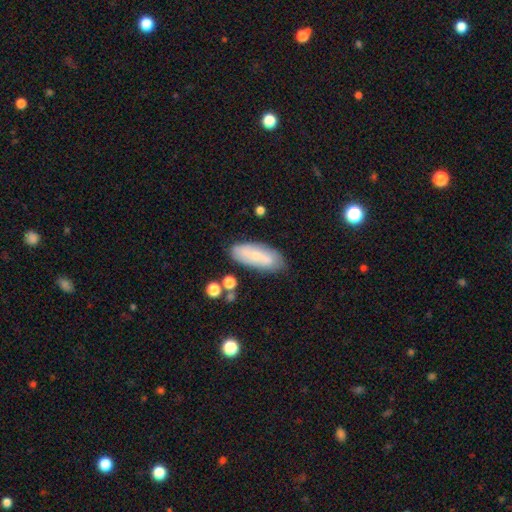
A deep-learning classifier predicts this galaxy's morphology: This is possibly a smooth galaxy (54%). How rounded: likely in between (74%). Merging: likely none (74%).